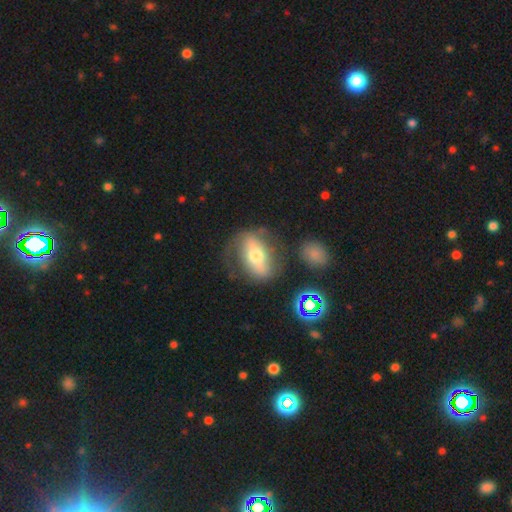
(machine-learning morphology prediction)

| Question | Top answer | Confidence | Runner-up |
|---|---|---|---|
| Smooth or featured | featured or disk | 53% | smooth (38%) |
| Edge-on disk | no | 80% | yes (20%) |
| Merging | none | 64% | minor disturbance (19%) |